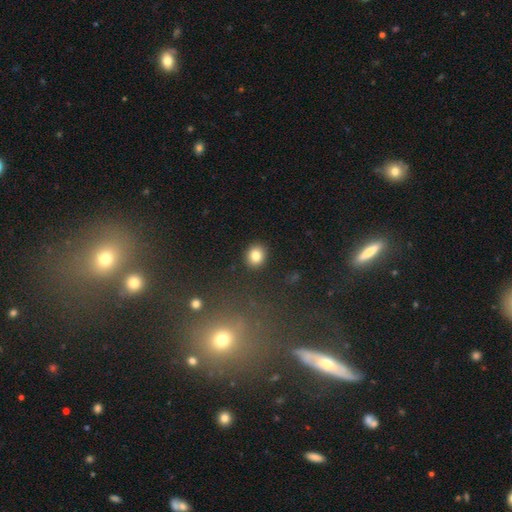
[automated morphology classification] smooth 83%, star or artifact 11%, featured or disk 7%. Down the decision tree: how rounded — round (74%); merging — none (90%).